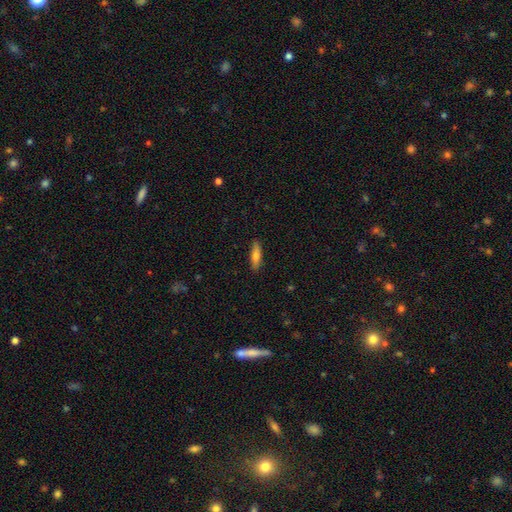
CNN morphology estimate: type=smooth (73%); roundness=cigar-shaped (66%); merging=none (88%).